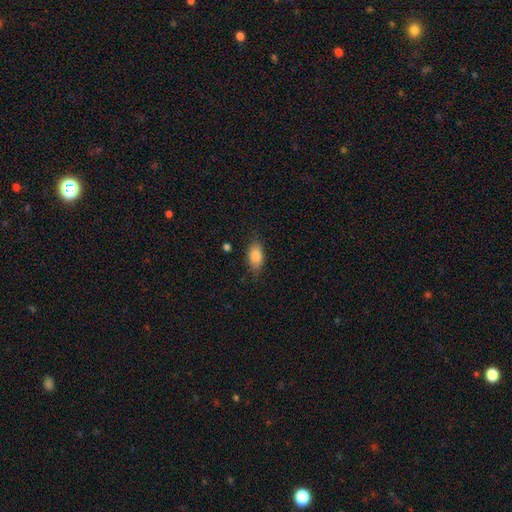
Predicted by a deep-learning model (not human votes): Smooth or featured?
  - smooth: 86% *
  - star or artifact: 7%
  - featured or disk: 7%
How rounded?
  - in between: 89% *
  - cigar-shaped: 5%
  - round: 5%
Merging?
  - none: 80% *
  - minor disturbance: 15%
  - major disturbance: 4%
  - merger: 1%